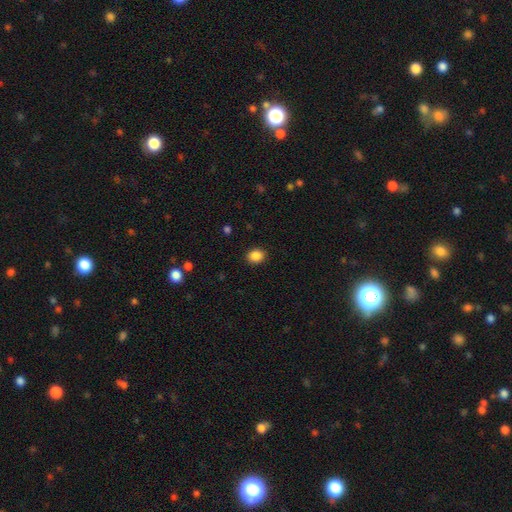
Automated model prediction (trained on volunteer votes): Overall: smooth (87%). How rounded: round (61%; in between 38%). Merging: none (90%).